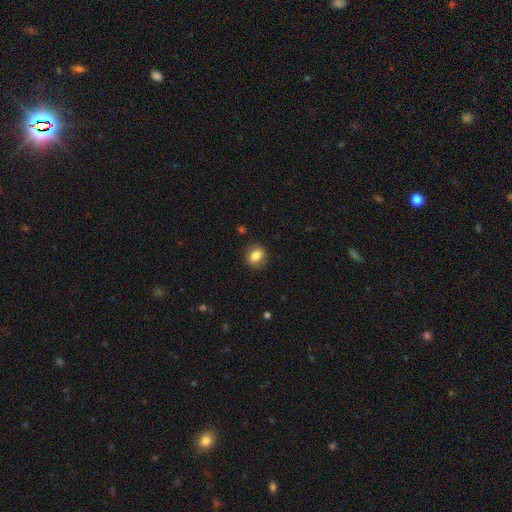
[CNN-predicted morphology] Smooth or featured? smooth (81%)
How rounded? round (59%)
Merging? none (85%)